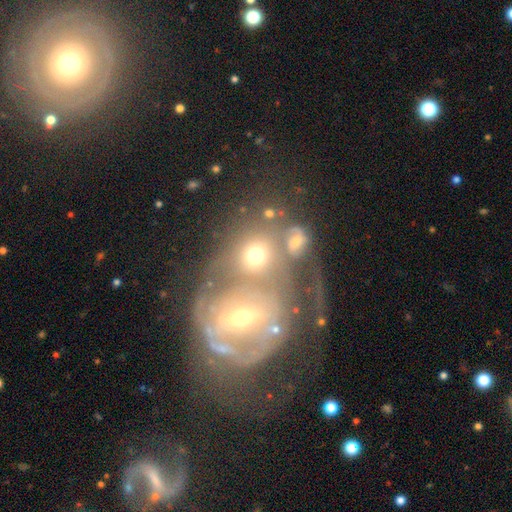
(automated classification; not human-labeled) Smooth or featured? Predicted: smooth (p=0.61). How rounded? Predicted: round (p=0.68). Merging? Predicted: merger (p=0.55).